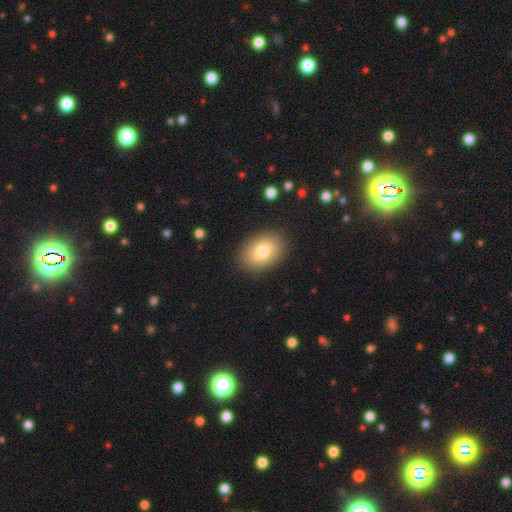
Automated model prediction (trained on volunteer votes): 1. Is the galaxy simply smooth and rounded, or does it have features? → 72% smooth, 18% star or artifact, 10% featured or disk.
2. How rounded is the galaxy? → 79% in between, 20% round, 1% cigar-shaped.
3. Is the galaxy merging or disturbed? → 90% none, 7% minor disturbance, 2% major disturbance, 1% merger.